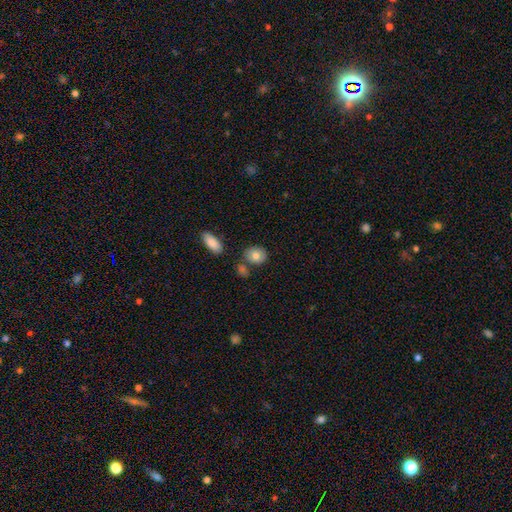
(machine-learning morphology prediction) A smooth galaxy with no disk features (81%) that is in between round and cigar-shaped (53%).

Vote fractions:
- Smooth or featured? smooth: 81% / featured or disk: 11% / star or artifact: 7%
- How rounded? in between: 53% / round: 46% / cigar-shaped: 2%
- Merging? none: 72% / minor disturbance: 13% / merger: 11% / major disturbance: 4%